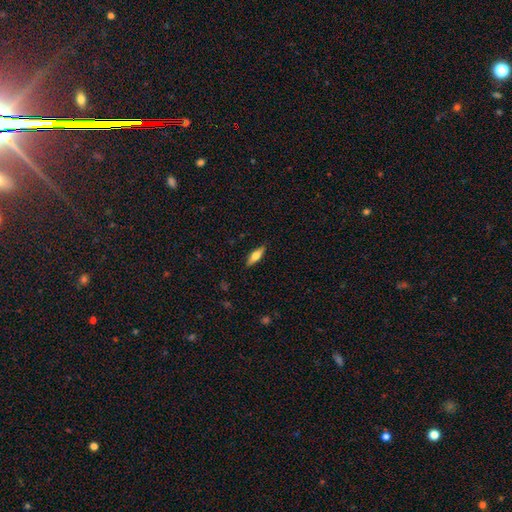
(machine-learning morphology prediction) The model was most divided on "how rounded": cigar-shaped: 50%, in between: 48%, round: 3%. More confident: merging — none (88%); smooth or featured — smooth (53%).